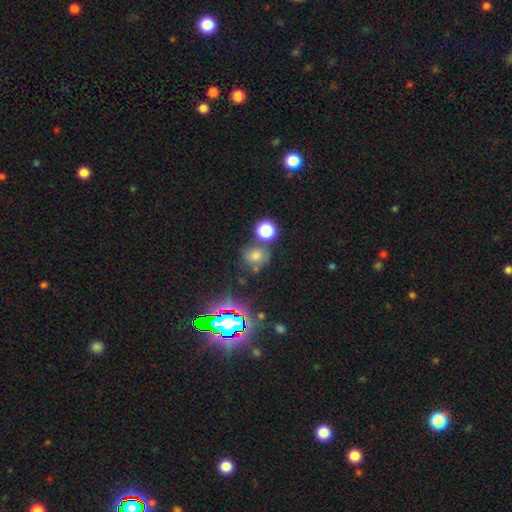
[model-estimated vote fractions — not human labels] Smooth or featured? smooth (51%)
How rounded? round (79%)
Merging? none (68%)